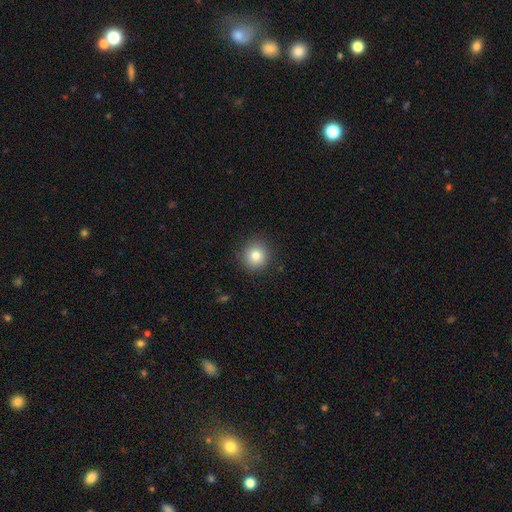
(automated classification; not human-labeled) smooth 82%, star or artifact 11%, featured or disk 8%. Down the decision tree: how rounded — round (92%); merging — none (90%).